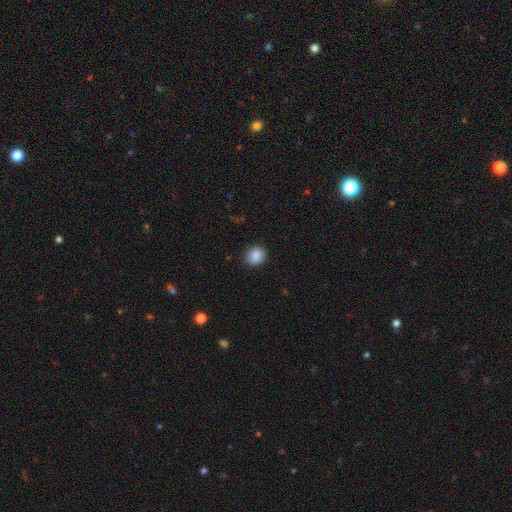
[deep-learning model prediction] A smooth galaxy with no disk features (88%) that is round (64%). Merging: none (86%).